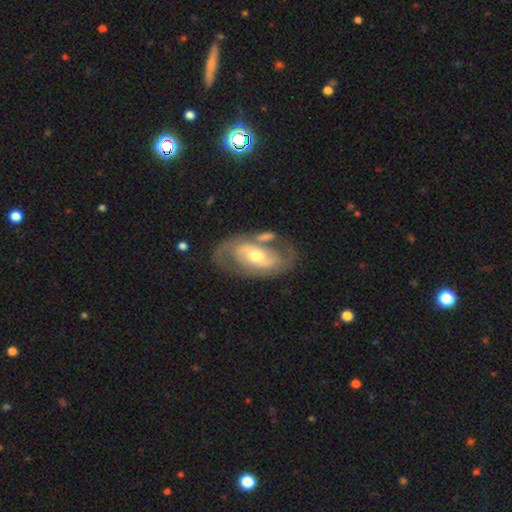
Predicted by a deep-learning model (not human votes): Q: Smooth or featured?
A: featured or disk (78%); runner-up: smooth (17%)
Q: Edge-on disk?
A: no (94%); runner-up: yes (6%)
Q: Bar?
A: no (45%); runner-up: weak (33%)
Q: Spiral arms?
A: yes (76%); runner-up: no (24%)
Q: Spiral winding?
A: medium (42%); runner-up: tight (38%)
Q: Spiral arm count?
A: 2 (75%); runner-up: can't tell (15%)
Q: Bulge size?
A: moderate (66%); runner-up: small (26%)
Q: Merging?
A: none (61%); runner-up: minor disturbance (17%)